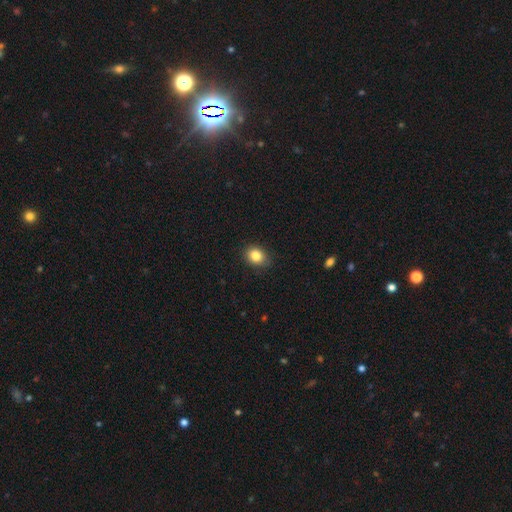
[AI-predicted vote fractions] Morphology: type=smooth (85%); roundness=in between (53%); merging=none (85%).